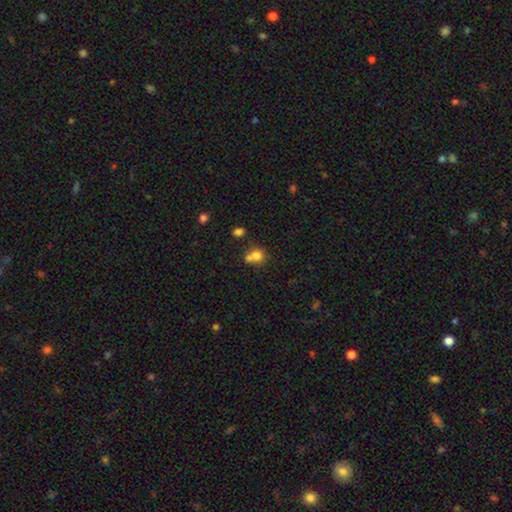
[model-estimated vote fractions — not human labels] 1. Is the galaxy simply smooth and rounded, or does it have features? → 76% smooth, 12% star or artifact, 12% featured or disk.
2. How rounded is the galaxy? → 74% round, 25% in between, 1% cigar-shaped.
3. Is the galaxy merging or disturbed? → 50% merger, 36% none, 9% minor disturbance, 4% major disturbance.